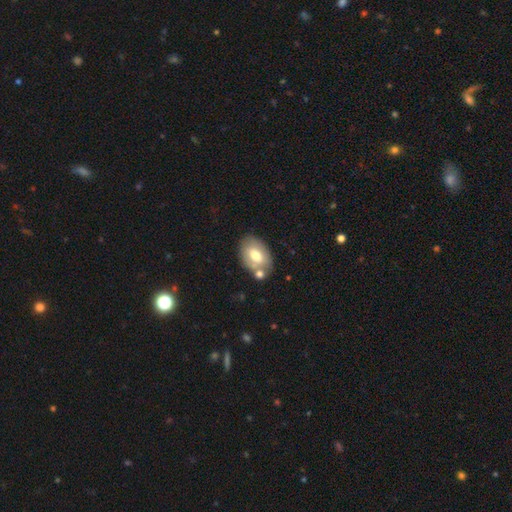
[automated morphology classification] Smooth or featured? Predicted: smooth (p=0.64). How rounded? Predicted: in between (p=0.85). Merging? Predicted: none (p=0.60).